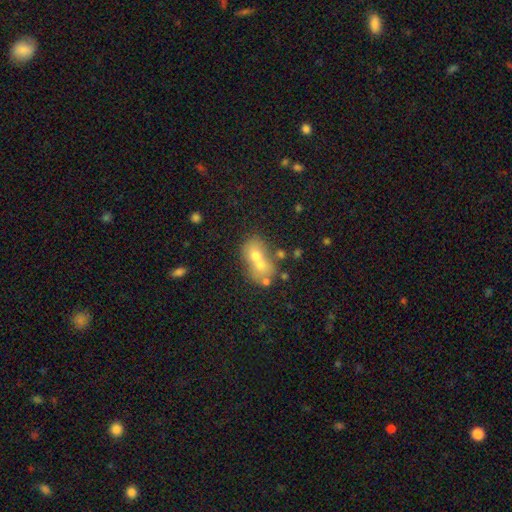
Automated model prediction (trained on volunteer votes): A smooth galaxy with no disk features (59%) that is in between round and cigar-shaped (57%). Merging: merger (68%).